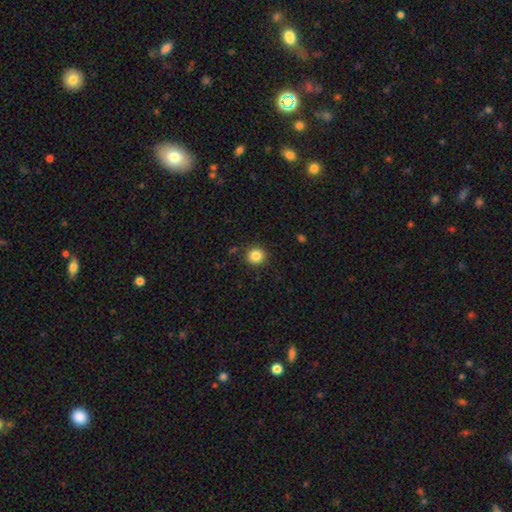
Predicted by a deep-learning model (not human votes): Smooth or featured: smooth — 85% (star or artifact — 11%)
How rounded: round — 92% (in between — 8%)
Merging: none — 90% (minor disturbance — 7%)